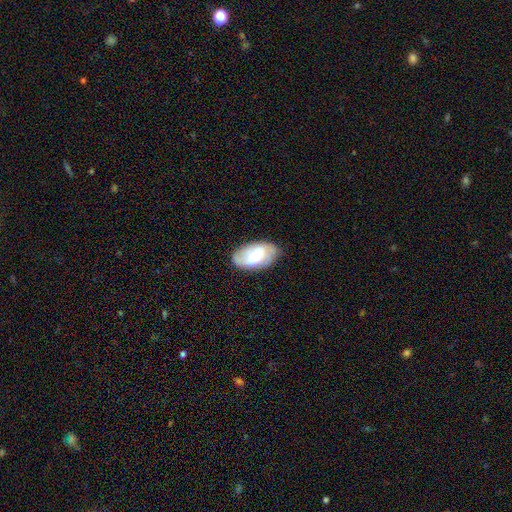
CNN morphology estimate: This is possibly a smooth galaxy (53%). How rounded: clearly in between (94%). Merging: clearly none (80%).